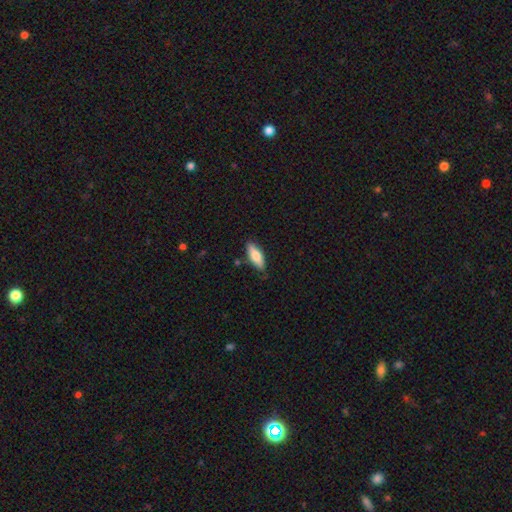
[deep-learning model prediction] Smooth or featured?
  - smooth: 73% *
  - featured or disk: 21%
  - star or artifact: 6%
How rounded?
  - in between: 65% *
  - cigar-shaped: 33%
  - round: 2%
Merging?
  - none: 81% *
  - minor disturbance: 14%
  - major disturbance: 2%
  - merger: 2%